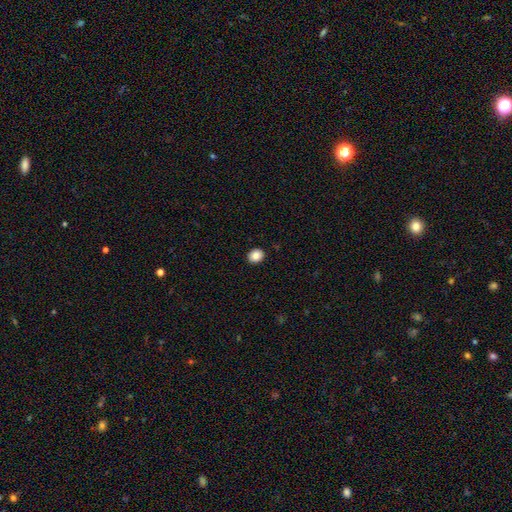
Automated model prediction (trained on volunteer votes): A smooth galaxy with no disk features (85%) that is round (60%).

Vote fractions:
- Smooth or featured? smooth: 85% / star or artifact: 9% / featured or disk: 6%
- How rounded? round: 60% / in between: 39% / cigar-shaped: 1%
- Merging? none: 91% / minor disturbance: 6% / major disturbance: 2% / merger: 1%